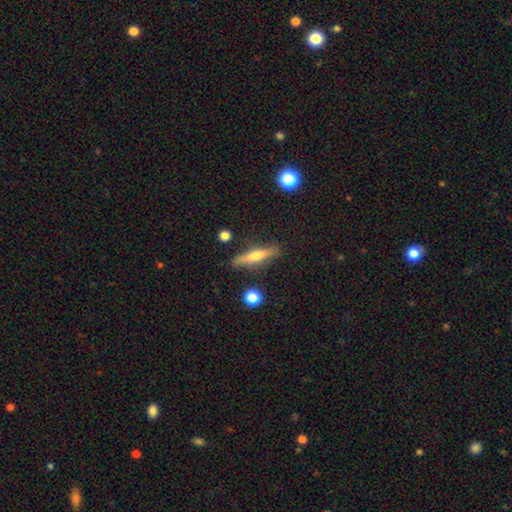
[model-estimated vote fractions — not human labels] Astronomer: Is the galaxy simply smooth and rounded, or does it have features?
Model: featured or disk — 50% (runner-up: smooth, 42%).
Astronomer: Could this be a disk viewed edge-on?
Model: yes — 94%.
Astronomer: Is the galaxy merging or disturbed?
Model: none — 86%.